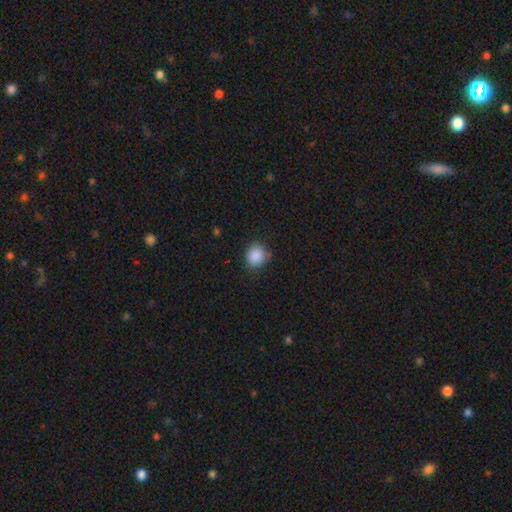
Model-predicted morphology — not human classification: type=smooth (88%); roundness=round (82%); merging=none (81%).